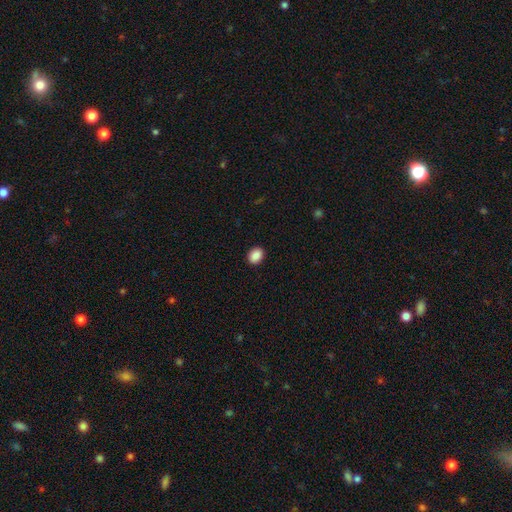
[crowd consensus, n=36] smooth_or_featured: smooth (p=0.97) [alt: featured or disk p=0.03]
how_rounded: round (p=0.51) [alt: in between p=0.49]
merging: none (p=0.92) [alt: minor disturbance p=0.03]